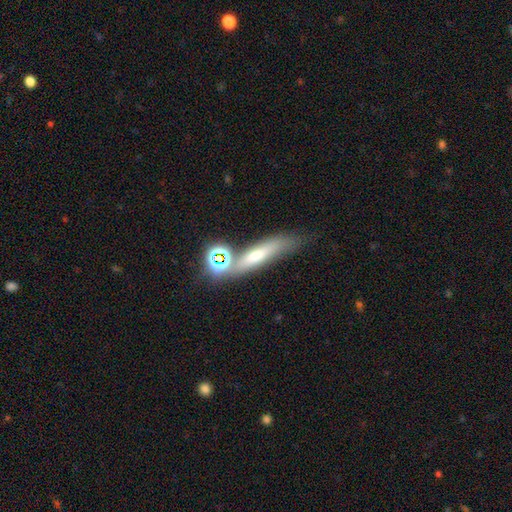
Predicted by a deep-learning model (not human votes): This is possibly a smooth galaxy (52%). How rounded: likely cigar-shaped (65%). Merging: possibly none (56%).